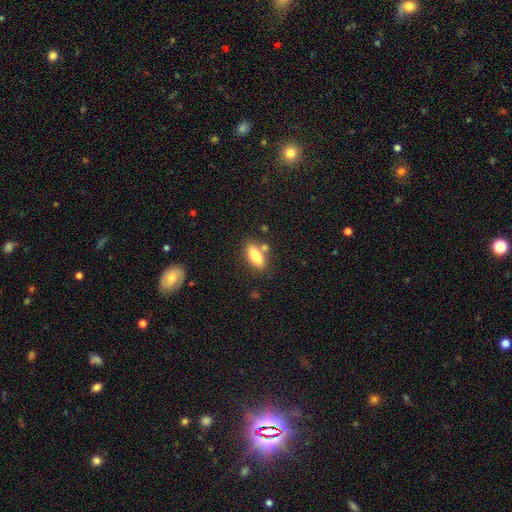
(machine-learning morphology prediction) Q: Smooth or featured?
A: smooth (77%); runner-up: featured or disk (15%)
Q: How rounded?
A: in between (82%); runner-up: cigar-shaped (14%)
Q: Merging?
A: none (72%); runner-up: minor disturbance (13%)